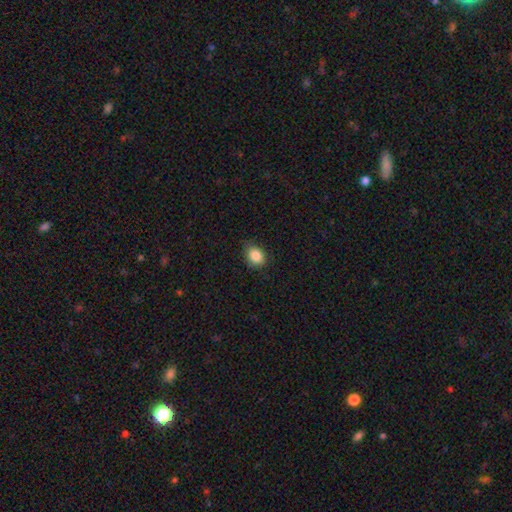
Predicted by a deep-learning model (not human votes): Smooth or featured? smooth (86%)
How rounded? in between (55%)
Merging? none (77%)